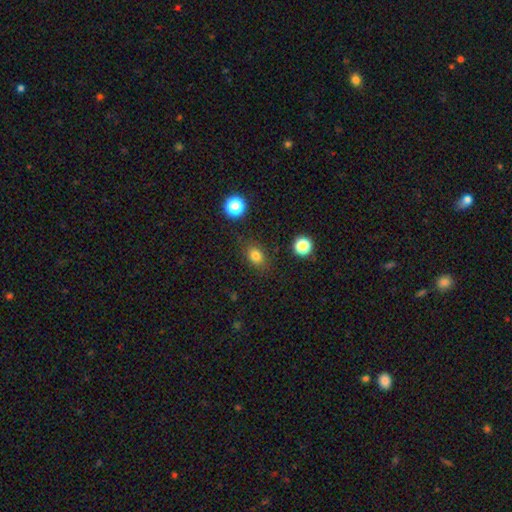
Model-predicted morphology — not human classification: type=smooth (80%); roundness=in between (63%); merging=none (82%).